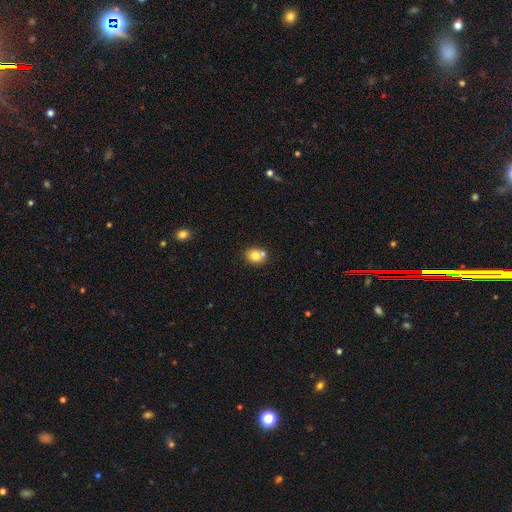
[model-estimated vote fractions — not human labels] Morphology: type=smooth (76%); roundness=round (70%); merging=none (54%).